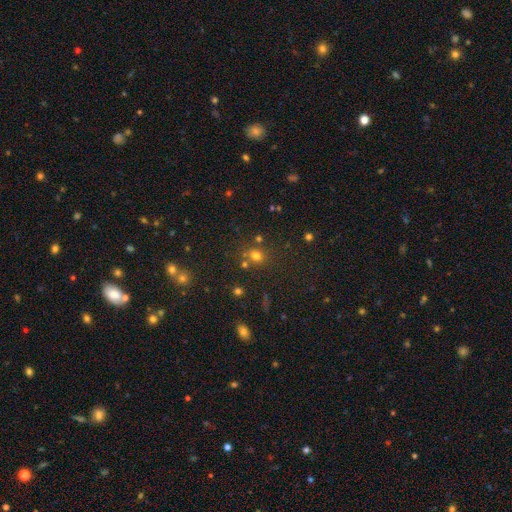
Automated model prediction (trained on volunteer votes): Smooth or featured? smooth (69%)
How rounded? round (67%)
Merging? none (67%)